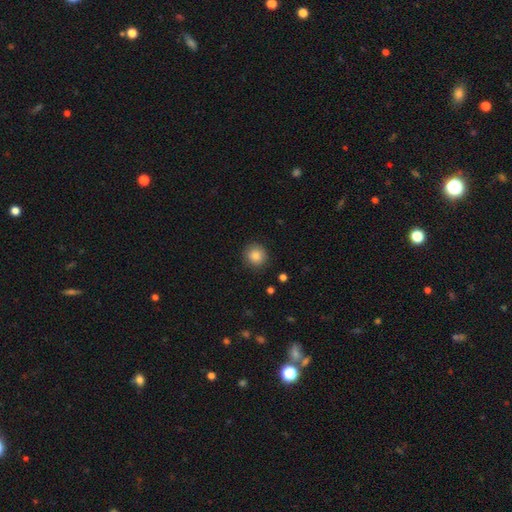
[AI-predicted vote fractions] smooth-or-featured: smooth: 85% | star or artifact: 9% | featured or disk: 5%
  how-rounded: round: 92% | in between: 7% | cigar-shaped: 1%
  merging: none: 89% | minor disturbance: 8% | major disturbance: 2% | merger: 1%